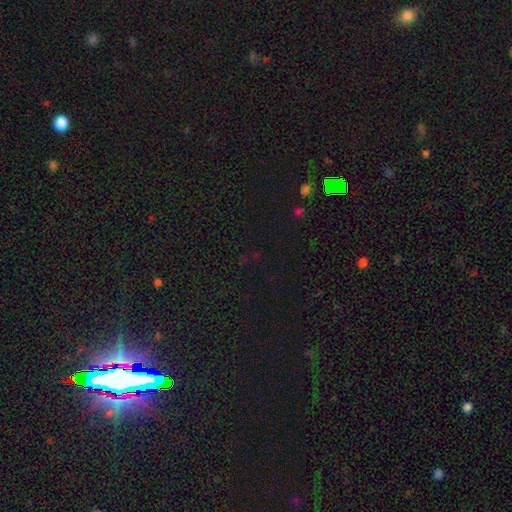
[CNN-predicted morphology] Smooth or featured: star or artifact — 69% (smooth — 23%)